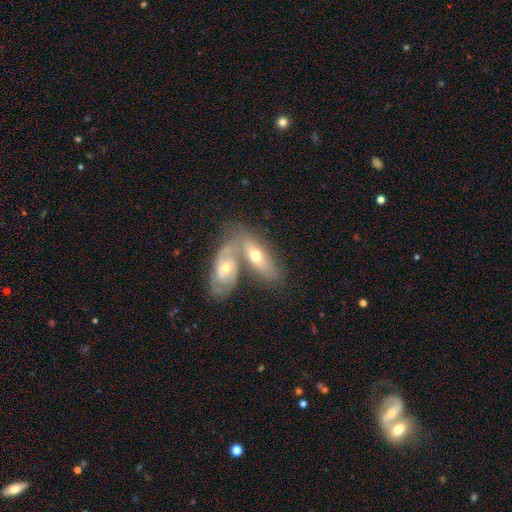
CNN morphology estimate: The model was most divided on "smooth or featured": featured or disk: 55%, smooth: 40%, star or artifact: 5%. More confident: edge-on disk — no (78%); merging — merger (58%).